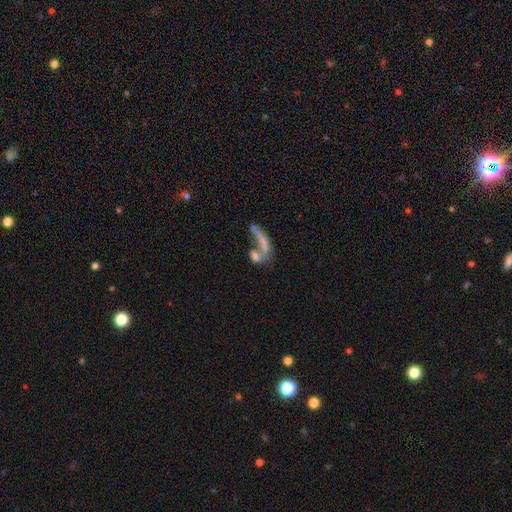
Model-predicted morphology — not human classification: smooth 48%, featured or disk 38%, star or artifact 14%. Down the decision tree: merging — merger (51%).